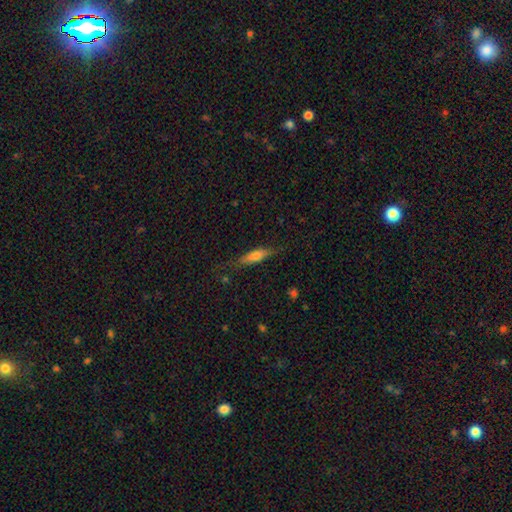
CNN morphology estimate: smooth 60%, featured or disk 33%, star or artifact 7%. Down the decision tree: how rounded — cigar-shaped (66%); merging — none (75%).